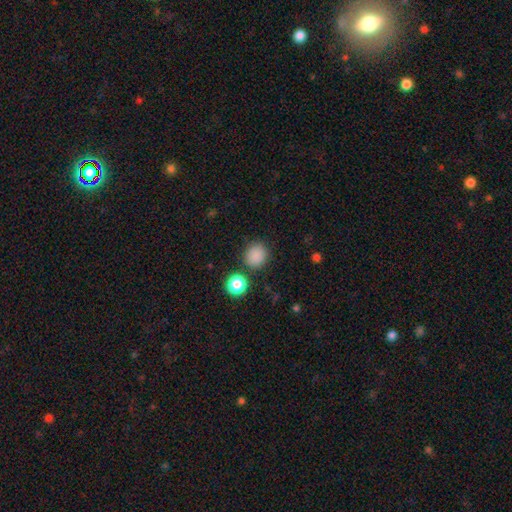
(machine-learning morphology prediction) This appears to be a smooth galaxy with no disk features (85%) that is round (80%). Merging: none (84%).